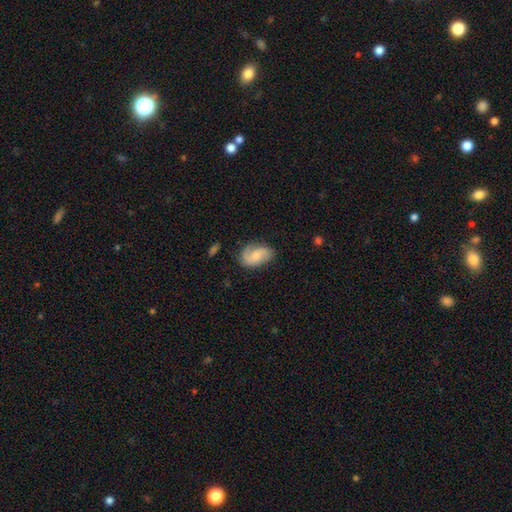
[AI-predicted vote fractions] A featured or disk galaxy (61%) with no bar (62%), 2 (76%) medium (43%) spiral arms (92%) and a moderate central bulge (47%).

Vote fractions:
- Smooth or featured? featured or disk: 61% / smooth: 32% / star or artifact: 6%
- Edge-on disk? no: 97% / yes: 3%
- Bar? no: 62% / weak: 32% / strong: 5%
- Spiral arms? yes: 92% / no: 8%
- Spiral winding? medium: 43% / loose: 34% / tight: 24%
- Spiral arm count? 2: 76% / 1: 12% / can't tell: 8% / 3: 2% / 4: 1% / more than 4: 1%
- Bulge size? moderate: 47% / small: 43% / none: 6% / large: 4% / dominant: 1%
- Merging? none: 69% / minor disturbance: 22% / major disturbance: 8% / merger: 2%